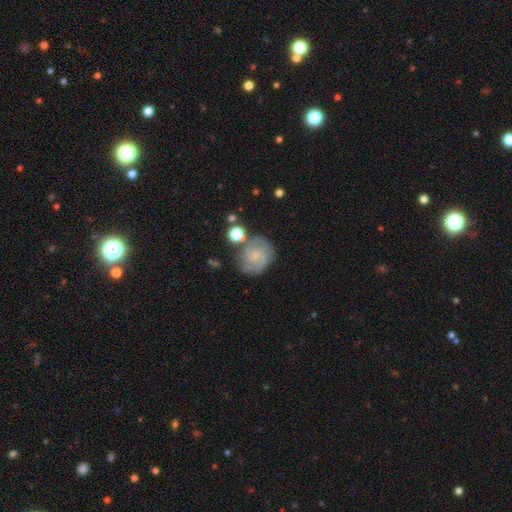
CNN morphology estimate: This is possibly a featured or disk galaxy (59%). It is clearly not viewed edge-on (98%). Bar: likely no (71%). Spiral arm pattern: clearly yes (86%). Central bulge: possibly small (58%). Merging: likely none (60%).